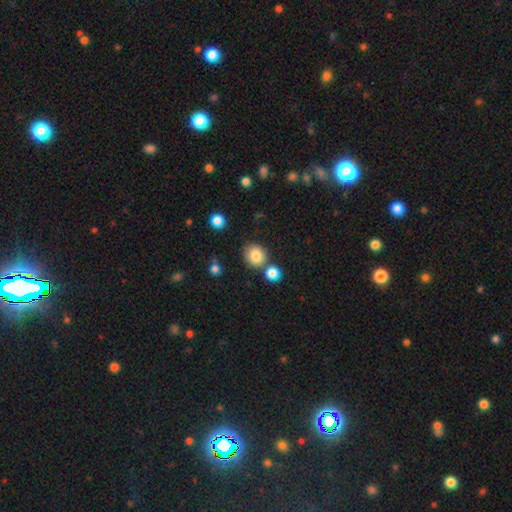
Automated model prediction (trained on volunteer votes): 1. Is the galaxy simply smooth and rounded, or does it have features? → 83% smooth, 10% star or artifact, 6% featured or disk.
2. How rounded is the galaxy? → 81% round, 18% in between, 1% cigar-shaped.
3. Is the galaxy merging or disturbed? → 73% none, 14% merger, 10% minor disturbance, 3% major disturbance.